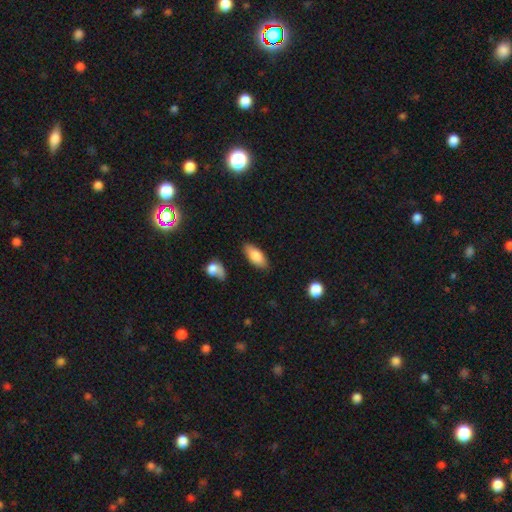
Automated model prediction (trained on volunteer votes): Overall: smooth (82%). How rounded: in between (85%). Merging: none (82%).